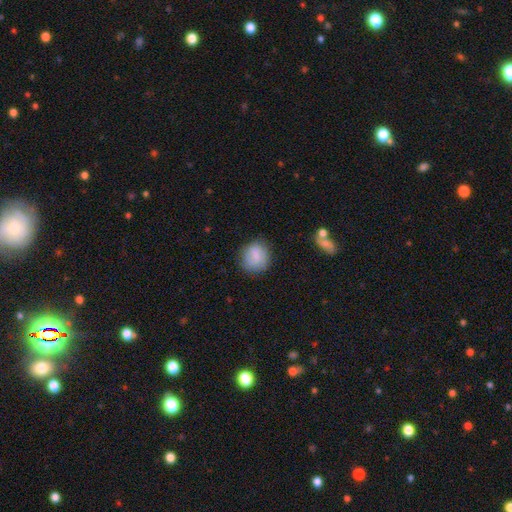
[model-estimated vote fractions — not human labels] smooth-or-featured: smooth: 74% | featured or disk: 18% | star or artifact: 8%
  how-rounded: round: 75% | in between: 24% | cigar-shaped: 1%
  merging: none: 75% | minor disturbance: 18% | major disturbance: 6% | merger: 2%